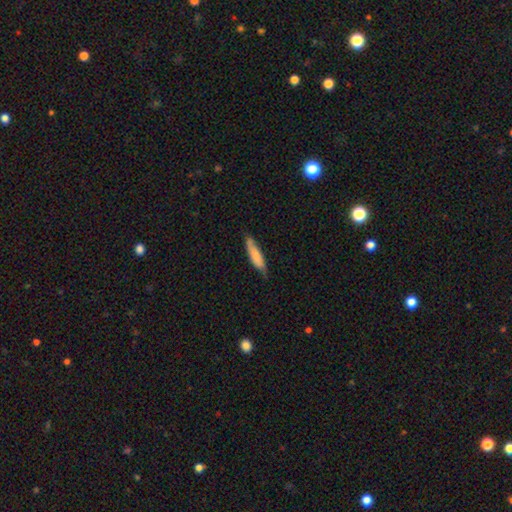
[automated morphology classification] Smooth or featured? smooth (73%)
How rounded? cigar-shaped (77%)
Merging? none (71%)